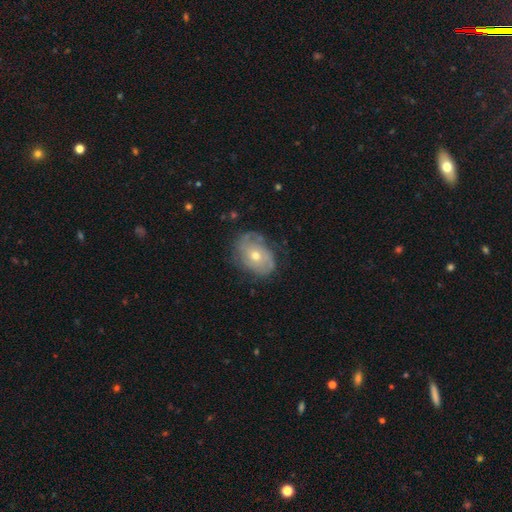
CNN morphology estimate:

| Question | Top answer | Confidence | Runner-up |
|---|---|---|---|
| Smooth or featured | featured or disk | 67% | smooth (25%) |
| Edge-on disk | no | 95% | yes (5%) |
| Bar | no | 80% | weak (16%) |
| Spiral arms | yes | 76% | no (24%) |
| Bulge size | moderate | 60% | small (37%) |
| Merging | none | 67% | minor disturbance (24%) |